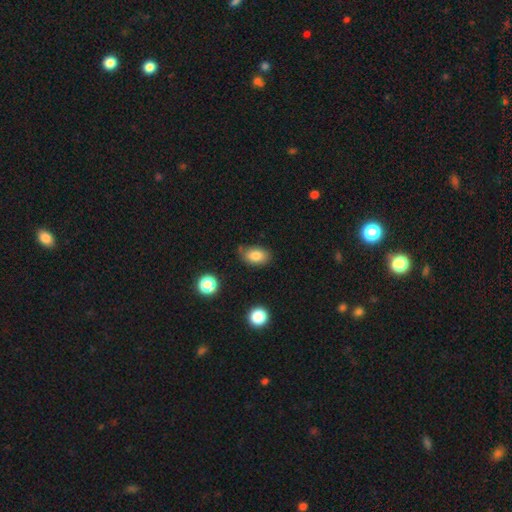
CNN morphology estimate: Smooth or featured? smooth (81%)
How rounded? in between (86%)
Merging? none (74%)